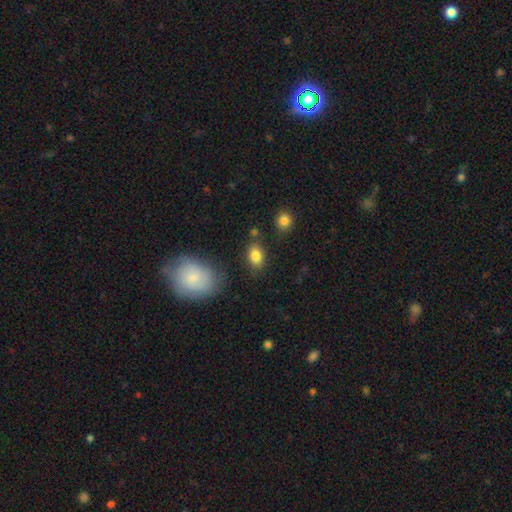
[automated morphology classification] This is clearly a smooth galaxy (85%). How rounded: clearly in between (82%). Merging: likely none (77%).